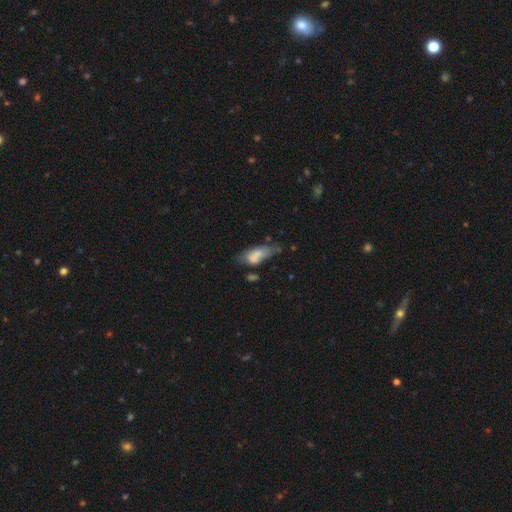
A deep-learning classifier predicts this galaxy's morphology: smooth 73%, featured or disk 19%, star or artifact 8%. Down the decision tree: how rounded — in between (80%); merging — none (34%, tied with minor disturbance).